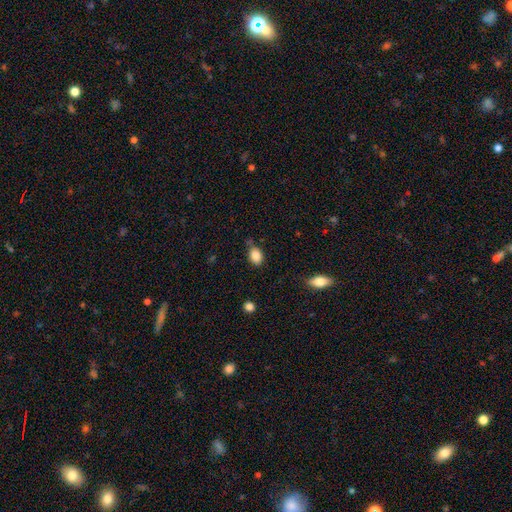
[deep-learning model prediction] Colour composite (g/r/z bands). It shows a smooth galaxy with no disk features (86%) that is in between round and cigar-shaped (76%). Merging: none (68%).